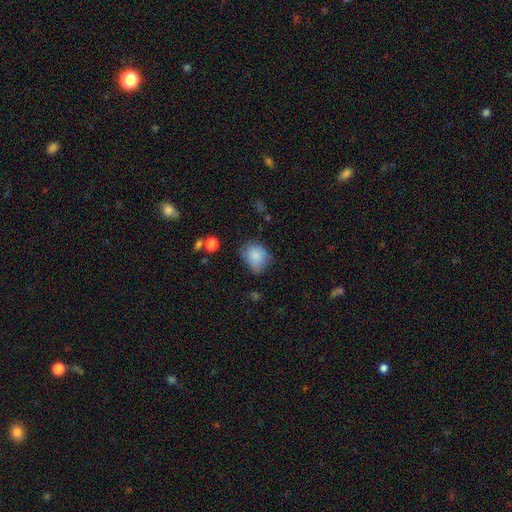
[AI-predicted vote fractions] smooth 83%, star or artifact 9%, featured or disk 8%. Down the decision tree: how rounded — round (56%); merging — none (59%).